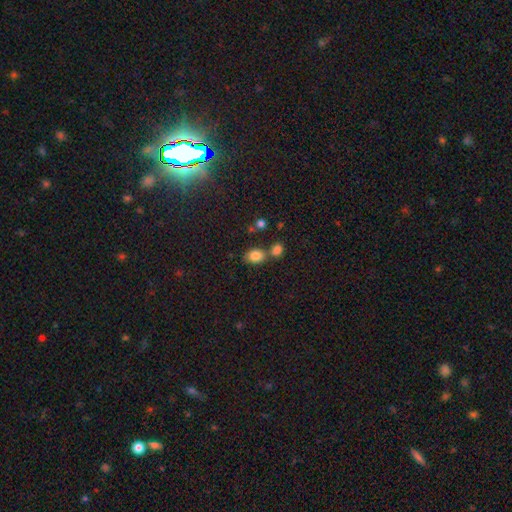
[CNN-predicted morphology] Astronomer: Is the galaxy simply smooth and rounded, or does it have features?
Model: smooth — 83%.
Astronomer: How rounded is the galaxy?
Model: in between — 69%.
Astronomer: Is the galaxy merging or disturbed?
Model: none — 55%.